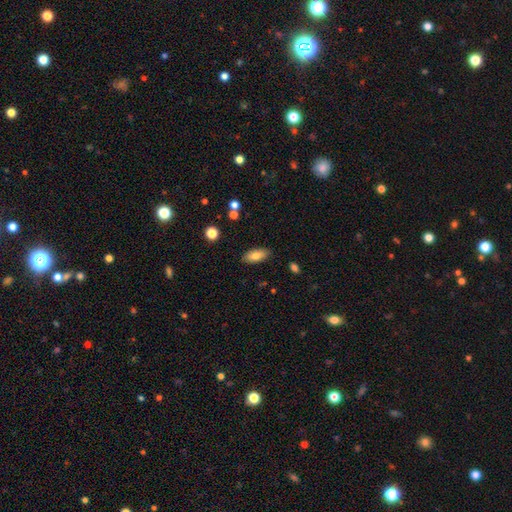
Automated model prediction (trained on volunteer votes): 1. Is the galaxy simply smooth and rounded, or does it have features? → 78% smooth, 14% featured or disk, 8% star or artifact.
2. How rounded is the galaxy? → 86% in between, 11% cigar-shaped, 3% round.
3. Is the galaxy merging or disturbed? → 86% none, 10% minor disturbance, 2% major disturbance, 1% merger.